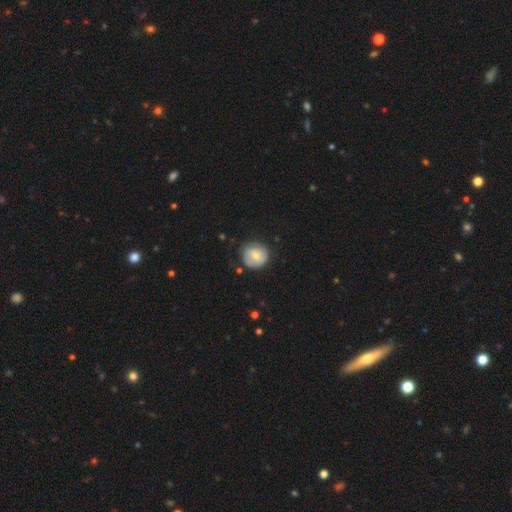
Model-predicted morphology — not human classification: smooth_or_featured: smooth (p=0.65) [alt: featured or disk p=0.28]
how_rounded: round (p=0.83) [alt: in between p=0.16]
merging: none (p=0.66) [alt: minor disturbance p=0.25]